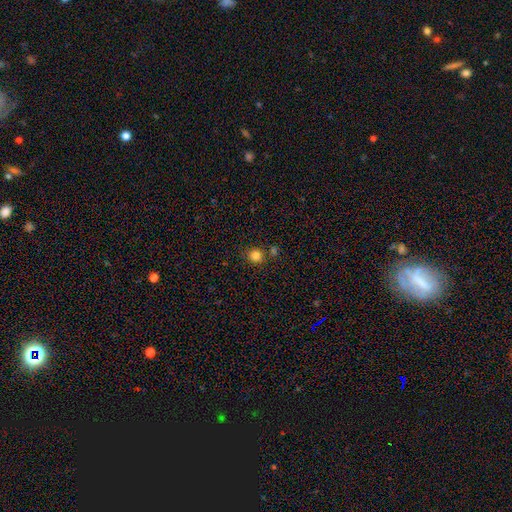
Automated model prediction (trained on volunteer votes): Smooth or featured? Predicted: smooth (p=0.83). How rounded? Predicted: round (p=0.90). Merging? Predicted: none (p=0.78).